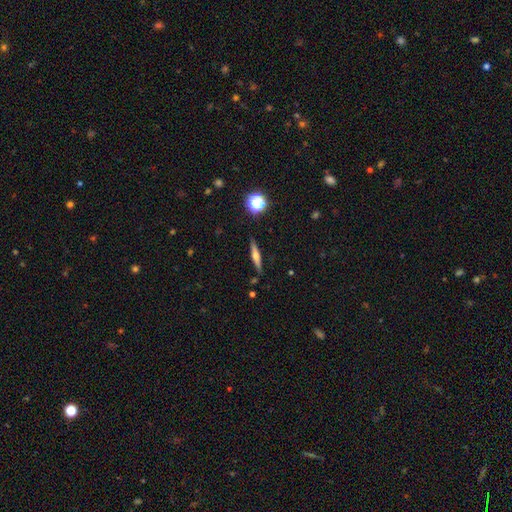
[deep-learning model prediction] Smooth or featured? Predicted: featured or disk (p=0.54). Edge-on disk? Predicted: yes (p=0.95). Edge-on bulge? Predicted: rounded (p=0.87). Merging? Predicted: none (p=0.88).